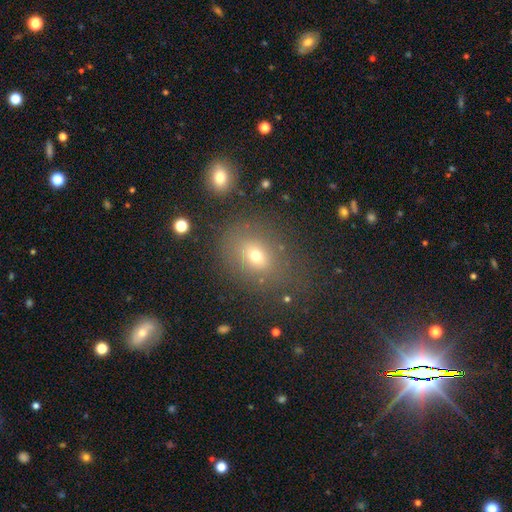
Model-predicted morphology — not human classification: Smooth or featured: smooth — 67% (star or artifact — 18%)
How rounded: round — 50% (in between — 49%)
Merging: none — 73% (minor disturbance — 14%)